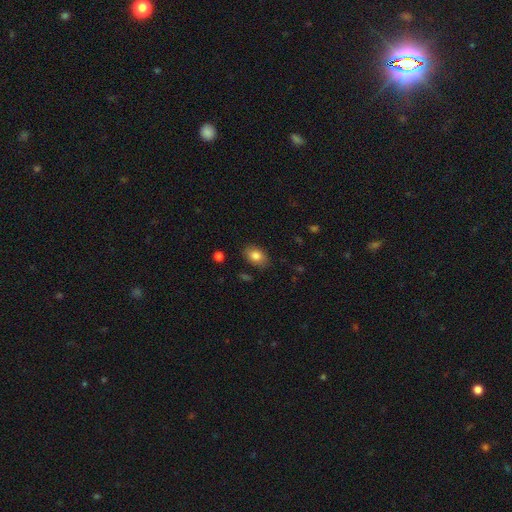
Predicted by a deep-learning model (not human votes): A smooth galaxy with no disk features (83%) that is in between round and cigar-shaped (82%). Merging: none (82%).